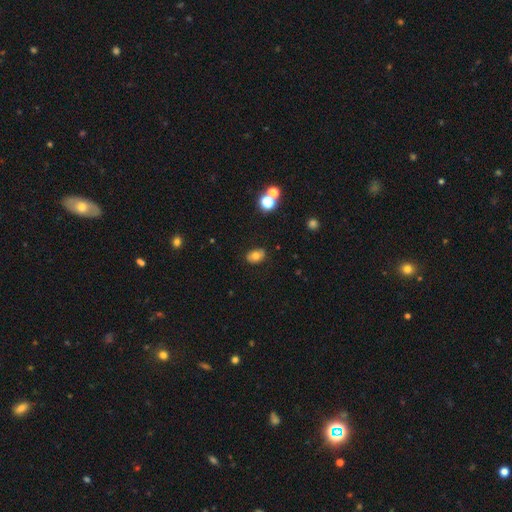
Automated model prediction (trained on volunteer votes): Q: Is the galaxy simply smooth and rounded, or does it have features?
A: smooth — 72%.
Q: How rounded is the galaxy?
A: in between — 76%.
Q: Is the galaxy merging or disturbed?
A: none — 84%.